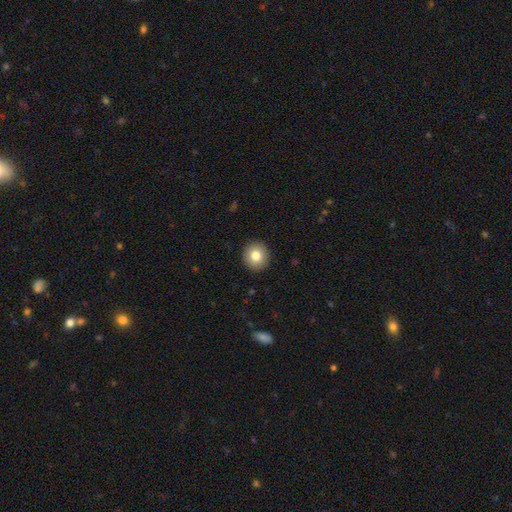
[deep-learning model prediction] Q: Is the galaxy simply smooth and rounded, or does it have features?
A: smooth — 81%.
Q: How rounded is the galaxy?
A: round — 91%.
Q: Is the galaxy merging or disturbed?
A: none — 92%.